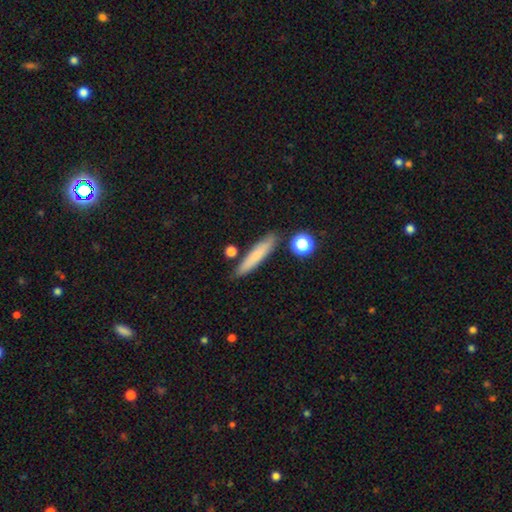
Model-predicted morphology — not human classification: Smooth or featured?
  - smooth: 73% *
  - featured or disk: 20%
  - star or artifact: 7%
How rounded?
  - cigar-shaped: 87% *
  - in between: 11%
  - round: 2%
Merging?
  - none: 81% *
  - minor disturbance: 11%
  - merger: 5%
  - major disturbance: 3%